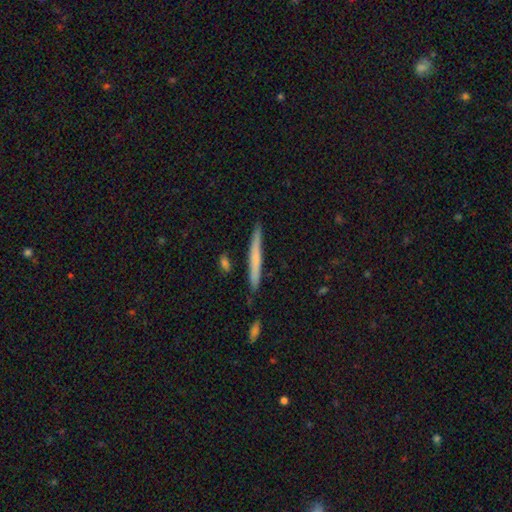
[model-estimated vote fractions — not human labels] A smooth galaxy with no disk features (57%) that is cigar-shaped (97%). Merging: none (87%).